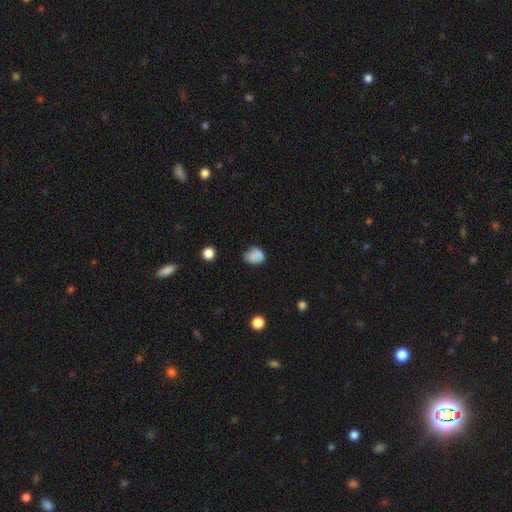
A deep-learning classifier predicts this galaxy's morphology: A smooth galaxy with no disk features (81%) that is in between round and cigar-shaped (58%). Merging: none (53%).